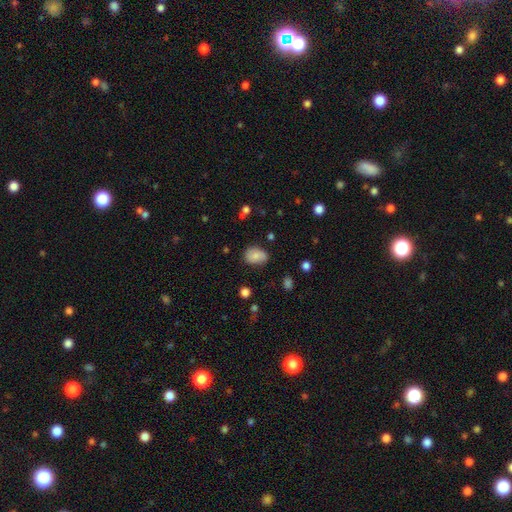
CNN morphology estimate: This appears to be a smooth galaxy with no disk features (76%) that is in between round and cigar-shaped (77%). Merging: none (70%).